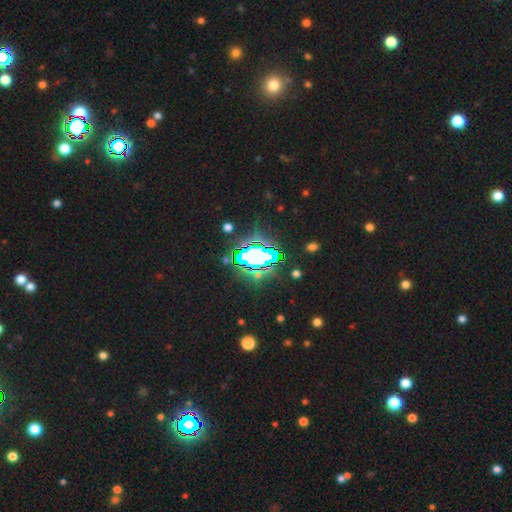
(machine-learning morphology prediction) The model was most divided on "smooth or featured": star or artifact: 69%, smooth: 18%, featured or disk: 12%.